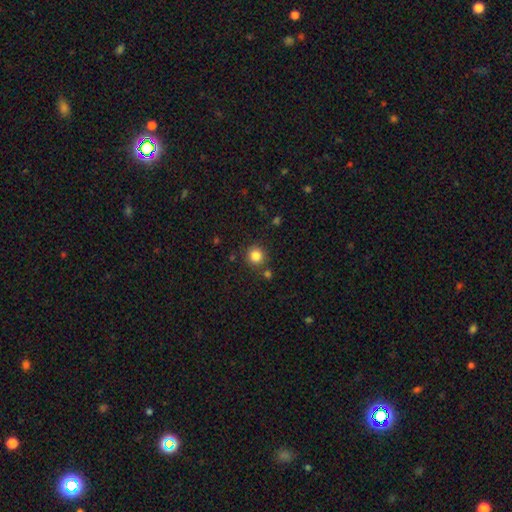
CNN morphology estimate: Smooth or featured: smooth — 84% (star or artifact — 11%)
How rounded: round — 93% (in between — 6%)
Merging: none — 85% (minor disturbance — 7%)